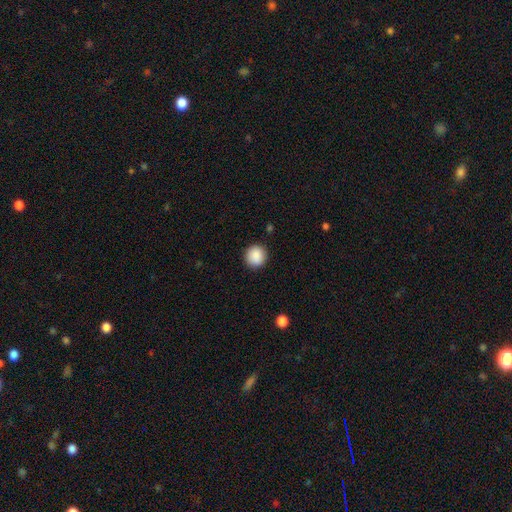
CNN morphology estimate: Overall: smooth (89%). How rounded: round (91%). Merging: none (90%).